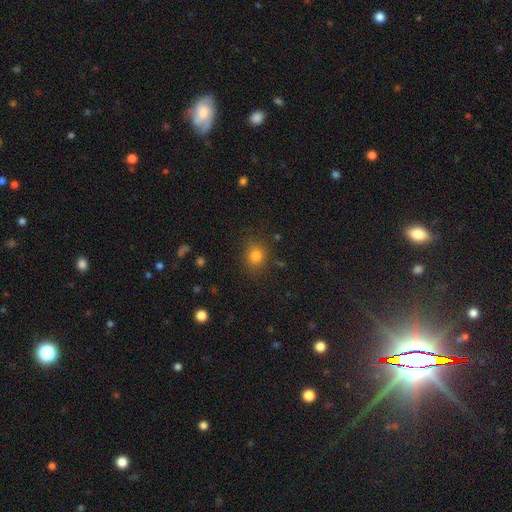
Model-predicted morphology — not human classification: Smooth or featured: smooth — 80% (star or artifact — 13%)
How rounded: round — 64% (in between — 35%)
Merging: none — 80% (minor disturbance — 13%)